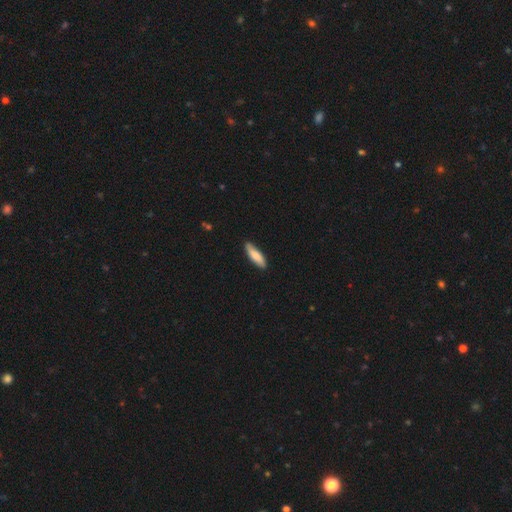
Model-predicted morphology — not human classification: A smooth galaxy with no disk features (74%) that is cigar-shaped (57%).

Vote fractions:
- Smooth or featured? smooth: 74% / featured or disk: 21% / star or artifact: 5%
- How rounded? cigar-shaped: 57% / in between: 41% / round: 2%
- Merging? none: 85% / minor disturbance: 12% / major disturbance: 2% / merger: 1%